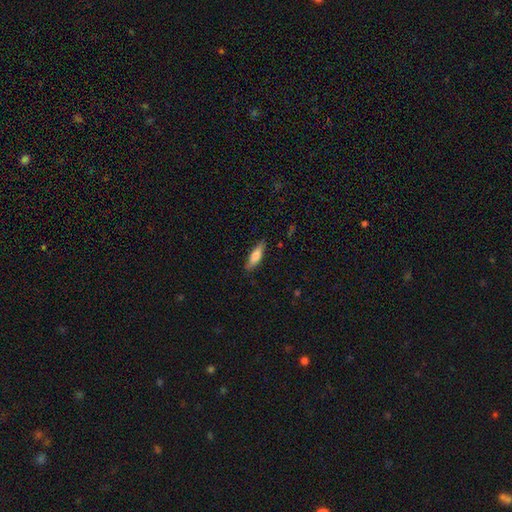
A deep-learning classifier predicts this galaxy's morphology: A smooth galaxy with no disk features (69%) that is cigar-shaped (63%). Merging: none (86%).